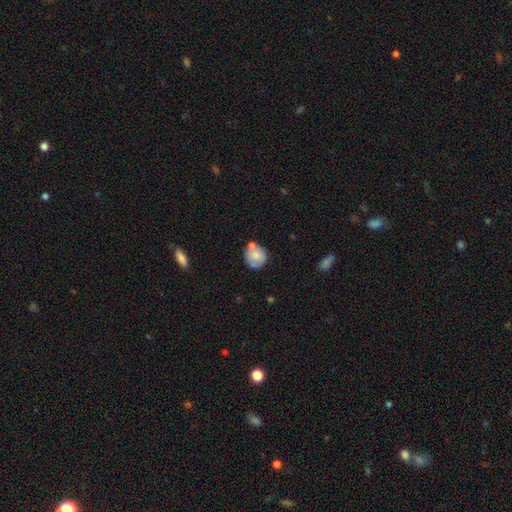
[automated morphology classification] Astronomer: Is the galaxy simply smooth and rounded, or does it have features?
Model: smooth — 71%.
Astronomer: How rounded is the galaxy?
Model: round — 75%.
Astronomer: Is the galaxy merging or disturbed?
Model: none — 51%.